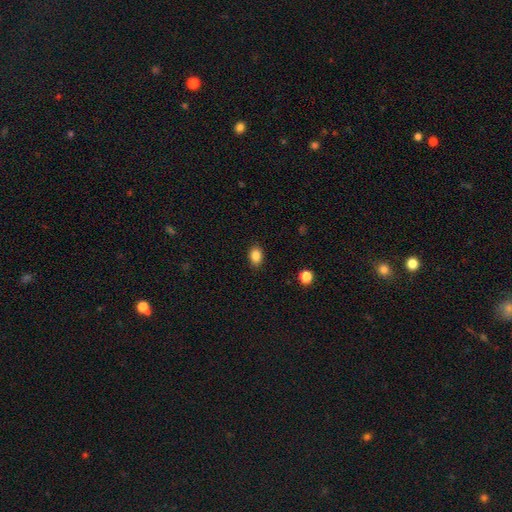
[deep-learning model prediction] Smooth or featured? Predicted: smooth (p=0.86). How rounded? Predicted: in between (p=0.71). Merging? Predicted: none (p=0.88).